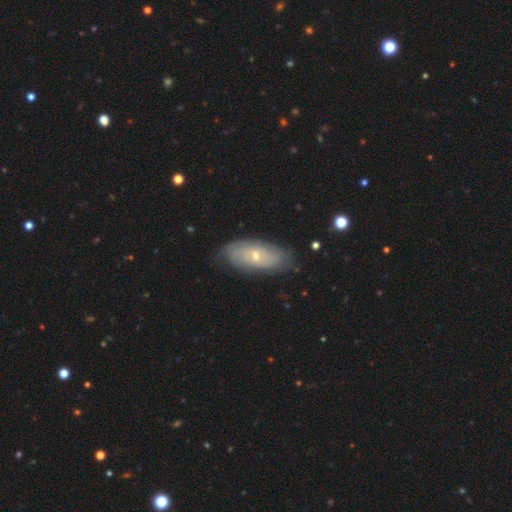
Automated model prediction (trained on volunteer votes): Morphology: type=featured or disk (65%); edge-on=no (88%); bar=no (77%); spiral arms=yes (78%); bulge=small (67%); merging=none (78%).